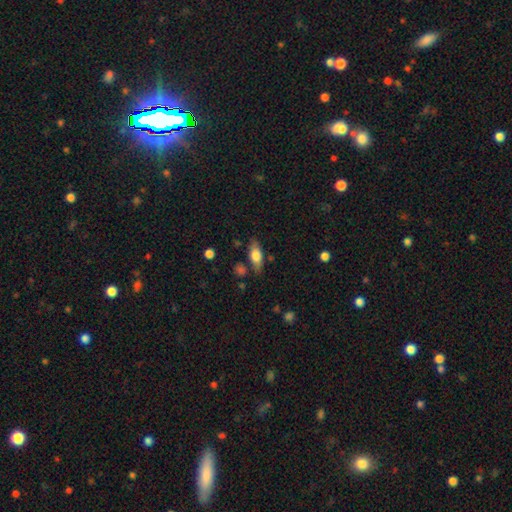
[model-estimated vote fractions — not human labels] A smooth galaxy with no disk features (67%) that is in between round and cigar-shaped (75%). Merging: none (75%).